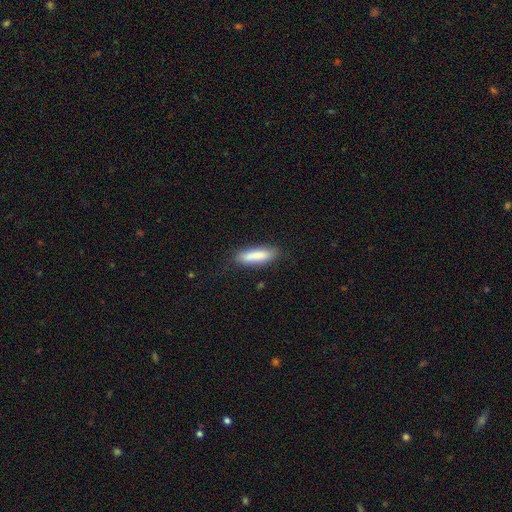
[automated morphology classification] type=smooth (85%); roundness=cigar-shaped (61%); merging=none (80%).